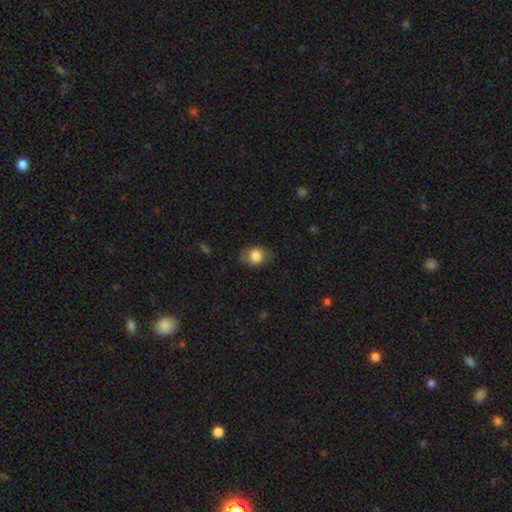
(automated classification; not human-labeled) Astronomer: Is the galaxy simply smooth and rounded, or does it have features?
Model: smooth — 79%.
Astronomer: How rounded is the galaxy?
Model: in between — 56% (runner-up: round, 42%).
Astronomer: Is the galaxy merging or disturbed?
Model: none — 73%.